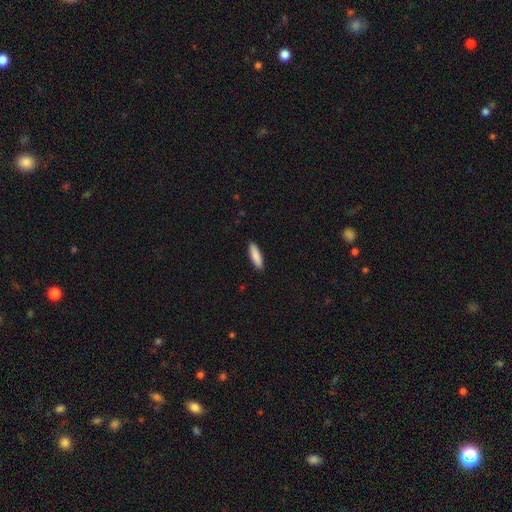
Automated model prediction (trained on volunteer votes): Smooth or featured? smooth (89%)
How rounded? cigar-shaped (62%)
Merging? none (91%)